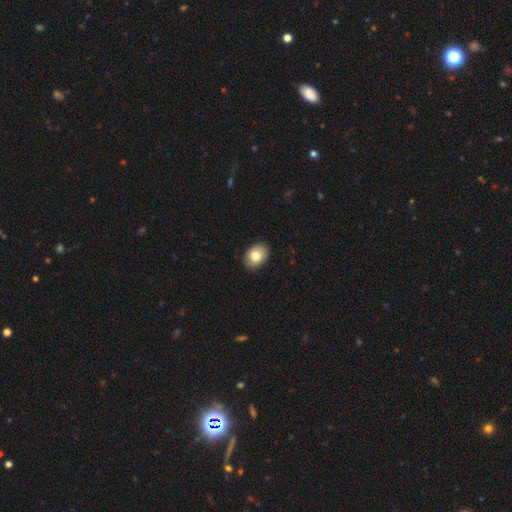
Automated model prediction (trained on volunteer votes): smooth-or-featured: smooth: 82% | featured or disk: 10% | star or artifact: 8%
  how-rounded: in between: 72% | round: 27% | cigar-shaped: 1%
  merging: none: 90% | minor disturbance: 7% | major disturbance: 2% | merger: 1%